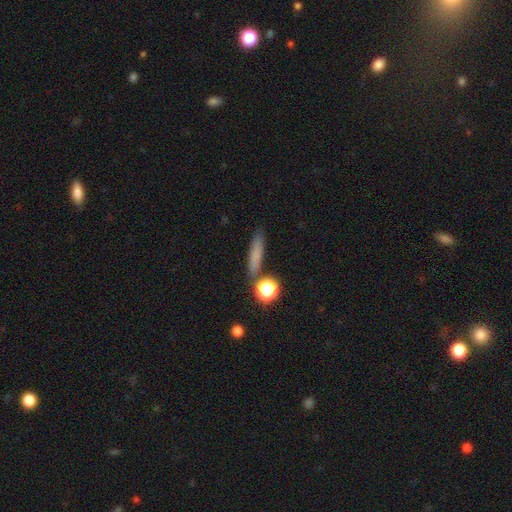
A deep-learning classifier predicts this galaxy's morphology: Smooth or featured?
  - smooth: 72% *
  - featured or disk: 15%
  - star or artifact: 13%
How rounded?
  - cigar-shaped: 77% *
  - in between: 15%
  - round: 8%
Merging?
  - none: 79% *
  - minor disturbance: 11%
  - merger: 7%
  - major disturbance: 3%